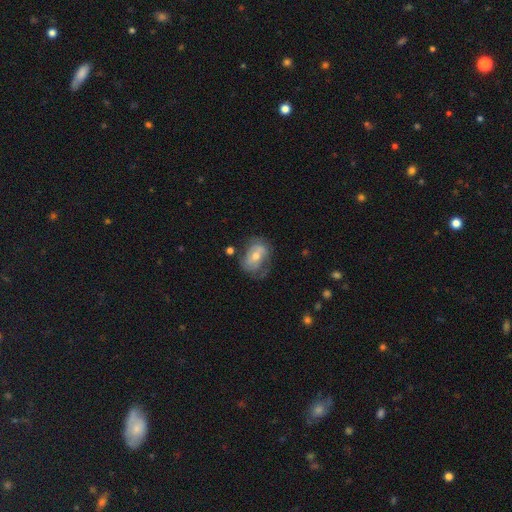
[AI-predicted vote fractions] featured or disk 59%, smooth 34%, star or artifact 7%. Down the decision tree: edge-on disk — no (95%); bar — no (46%); spiral arms — yes (65%); bulge size — moderate (60%); merging — none (48%).